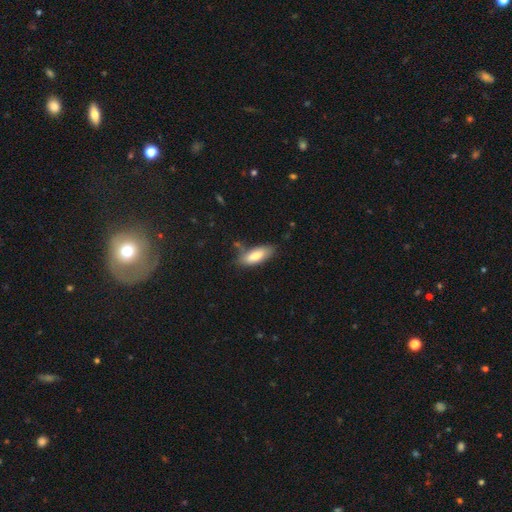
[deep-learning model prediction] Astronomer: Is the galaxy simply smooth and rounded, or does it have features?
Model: smooth — 75%.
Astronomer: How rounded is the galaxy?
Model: in between — 74%.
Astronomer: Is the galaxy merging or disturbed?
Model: none — 68%.